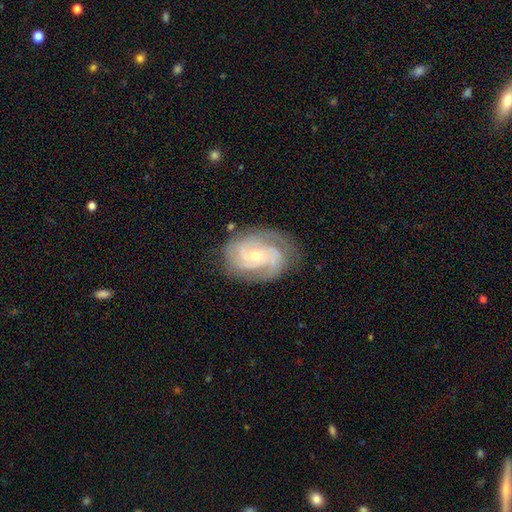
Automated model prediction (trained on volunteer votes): This appears to be a featured or disk galaxy (87%) with no bar (60%), 3 (38%) tight (55%) spiral arms (97%) and a small central bulge (59%). Merging: none (76%).